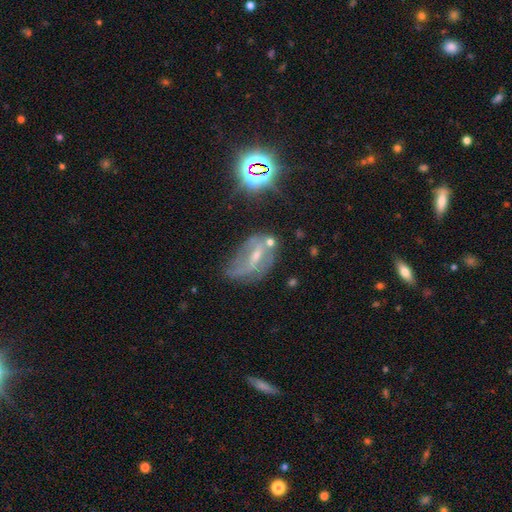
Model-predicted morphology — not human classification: The model was most divided on "merging": none: 35%, minor disturbance: 30%, major disturbance: 27%, merger: 7%. Remaining: edge-on disk — no (92%); smooth or featured — featured or disk (62%); spiral arms — yes (61%); bulge size — small (53%); bar — weak (44%).